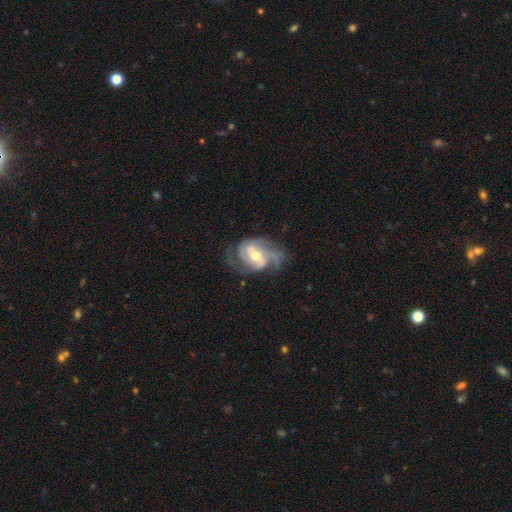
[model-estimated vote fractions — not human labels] Smooth or featured? Predicted: featured or disk (p=0.84). Edge-on disk? Predicted: no (p=0.97). Bar? Predicted: weak (p=0.44). Spiral arms? Predicted: yes (p=0.94). Spiral winding? Predicted: medium (p=0.46). Spiral arm count? Predicted: 2 (p=0.35). Bulge size? Predicted: moderate (p=0.67). Merging? Predicted: none (p=0.56).